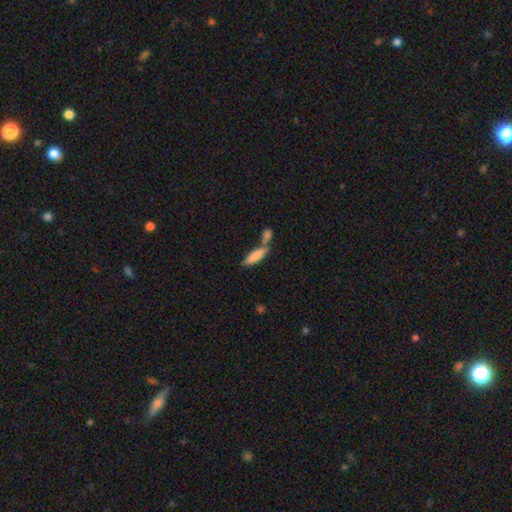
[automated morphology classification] smooth-or-featured: smooth: 82% | featured or disk: 12% | star or artifact: 7%
  how-rounded: cigar-shaped: 50% | in between: 48% | round: 2%
  merging: merger: 44% | none: 40% | minor disturbance: 12% | major disturbance: 5%